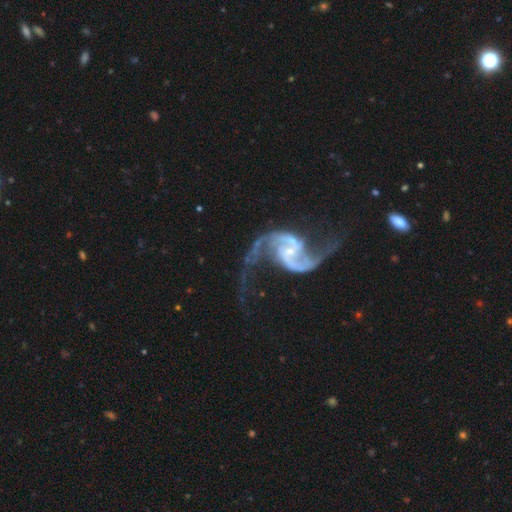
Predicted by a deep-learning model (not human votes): A featured or disk galaxy (93%) with a weak bar (41%), 2 (94%) loose (66%) spiral arms (98%) and a small central bulge (71%). Merging: none (58%).